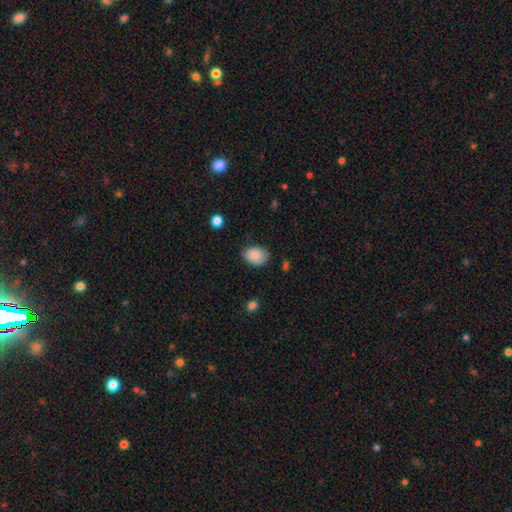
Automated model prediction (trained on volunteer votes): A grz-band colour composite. It shows a smooth galaxy with no disk features (86%) that is in between round and cigar-shaped (69%). Merging: none (76%).